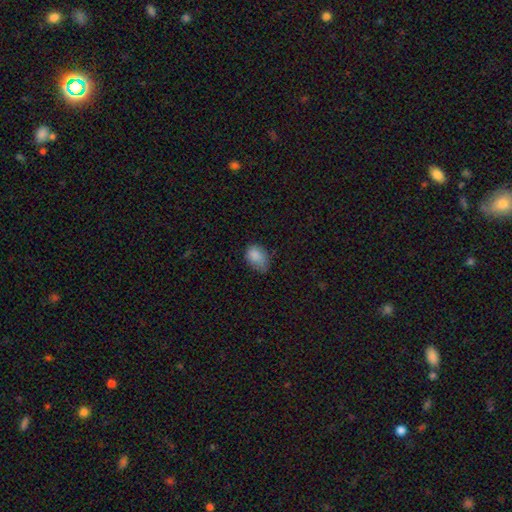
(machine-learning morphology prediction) A smooth galaxy with no disk features (84%) that is in between round and cigar-shaped (75%). Merging: none (45%).